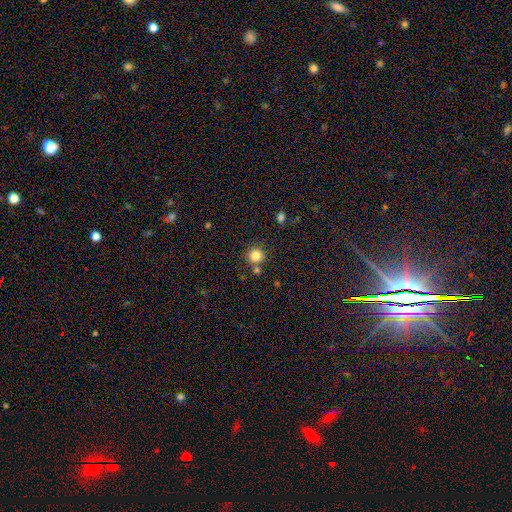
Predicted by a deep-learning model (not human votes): Smooth or featured: smooth — 82% (star or artifact — 12%)
How rounded: round — 93% (in between — 6%)
Merging: none — 77% (merger — 12%)